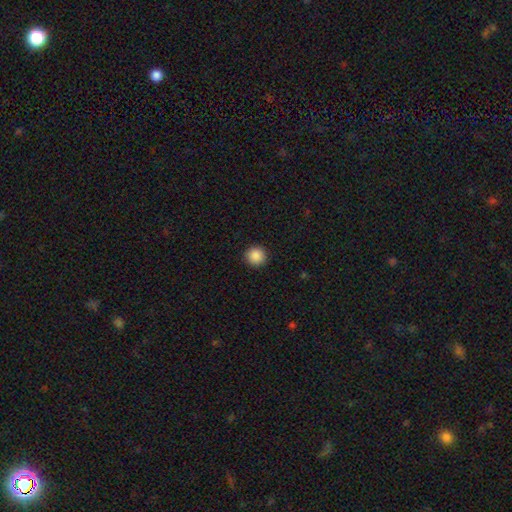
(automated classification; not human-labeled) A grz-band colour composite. It shows a smooth galaxy with no disk features (88%) that is round (95%). Merging: none (93%).